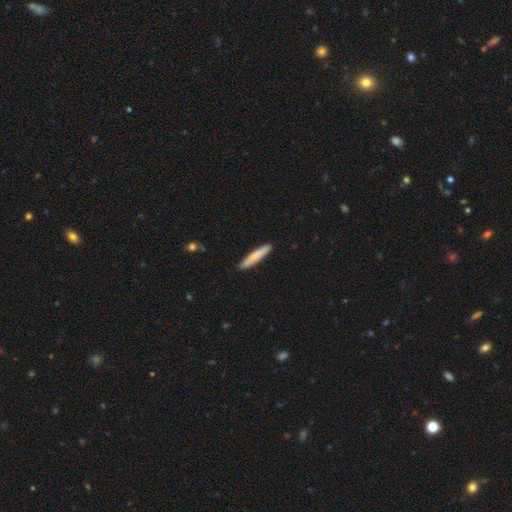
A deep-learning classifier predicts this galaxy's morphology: Overall: smooth (79%). How rounded: cigar-shaped (92%). Merging: none (90%).